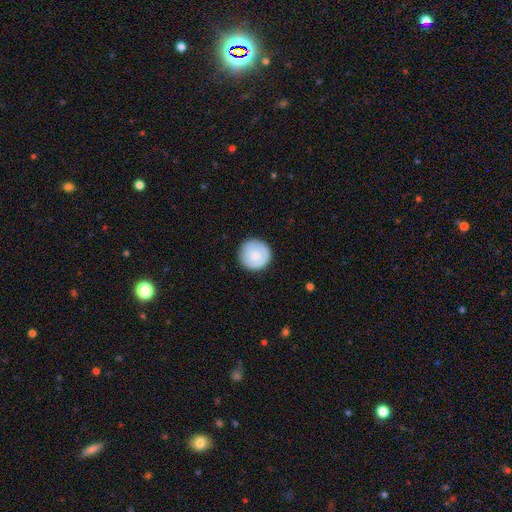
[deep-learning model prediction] This appears to be a smooth galaxy with no disk features (74%) that is round (96%). Merging: none (88%).